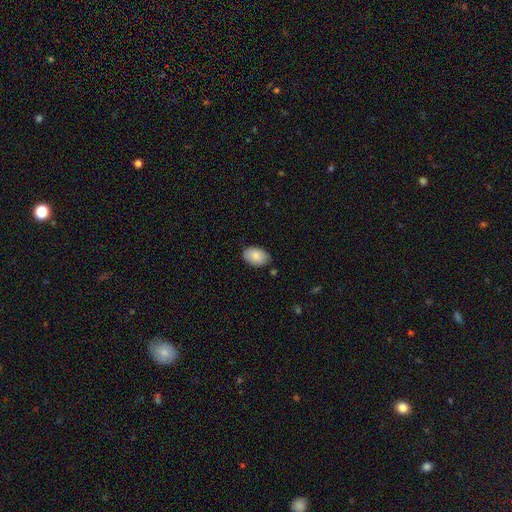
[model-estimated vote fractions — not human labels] smooth 86%, featured or disk 8%, star or artifact 6%. Down the decision tree: how rounded — in between (92%); merging — none (83%).